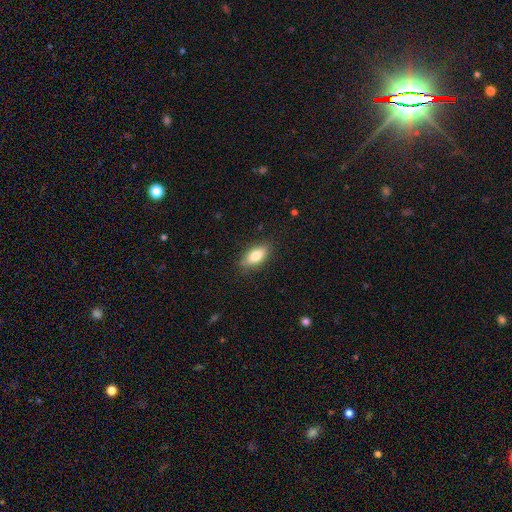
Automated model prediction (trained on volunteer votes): smooth_or_featured: smooth (p=0.78) [alt: featured or disk p=0.15]
how_rounded: in between (p=0.83) [alt: cigar-shaped p=0.13]
merging: none (p=0.84) [alt: minor disturbance p=0.12]